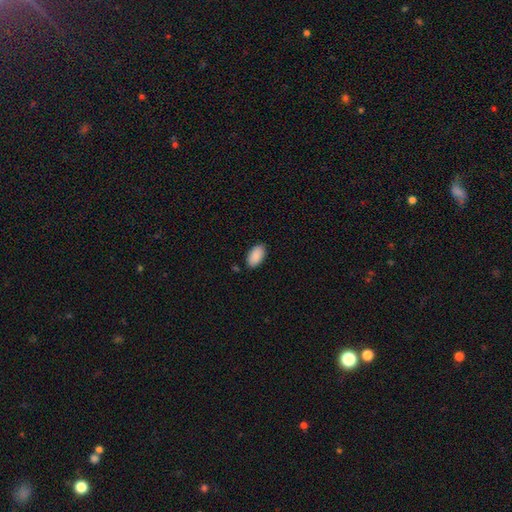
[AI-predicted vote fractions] The model was most divided on "merging": none: 87%, minor disturbance: 10%, major disturbance: 2%, merger: 1%. More confident: how rounded — in between (95%); smooth or featured — smooth (90%).